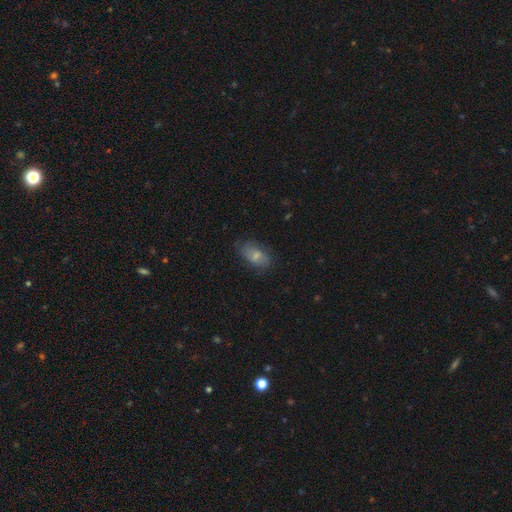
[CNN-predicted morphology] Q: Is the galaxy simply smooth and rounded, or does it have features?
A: smooth — 69%.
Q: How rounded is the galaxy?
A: in between — 91%.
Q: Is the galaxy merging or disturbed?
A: none — 69%.